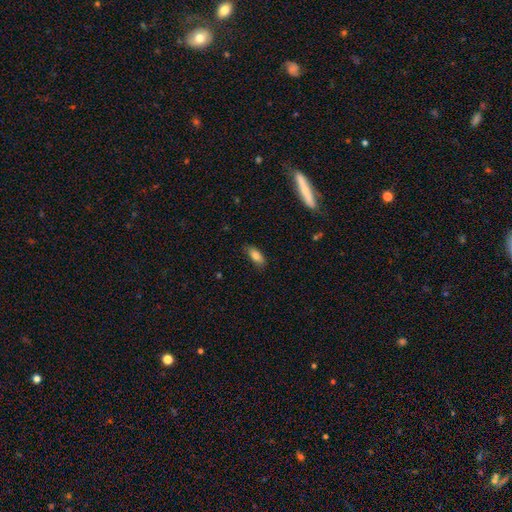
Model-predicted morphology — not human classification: This is clearly a smooth galaxy (83%). How rounded: clearly in between (81%). Merging: likely none (78%).